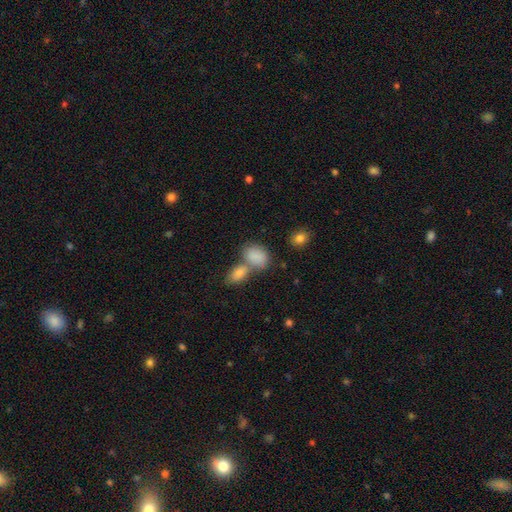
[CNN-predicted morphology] Q: Smooth or featured?
A: smooth (85%); runner-up: star or artifact (8%)
Q: How rounded?
A: in between (81%); runner-up: round (17%)
Q: Merging?
A: merger (47%); runner-up: none (38%)